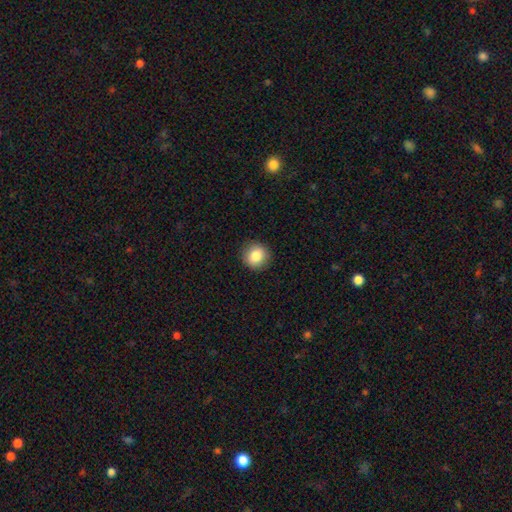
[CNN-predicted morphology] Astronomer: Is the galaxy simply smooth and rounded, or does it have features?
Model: smooth — 85%.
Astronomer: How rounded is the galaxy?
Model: round — 92%.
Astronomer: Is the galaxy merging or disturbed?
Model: none — 91%.